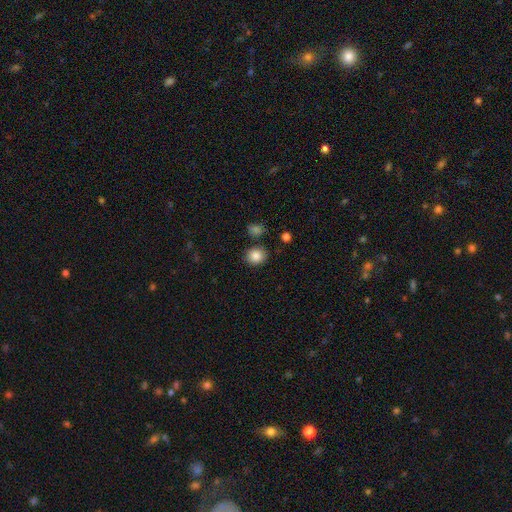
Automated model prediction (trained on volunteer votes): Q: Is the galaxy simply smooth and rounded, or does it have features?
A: smooth — 86%.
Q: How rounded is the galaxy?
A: round — 72%.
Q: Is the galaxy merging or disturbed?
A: none — 83%.